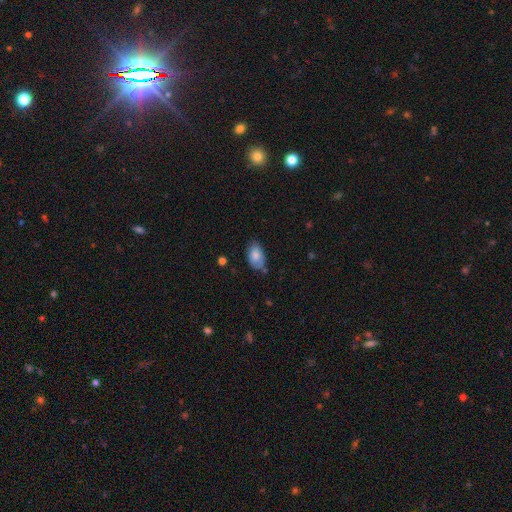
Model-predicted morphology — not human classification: The model was most divided on "merging": none: 64%, minor disturbance: 28%, major disturbance: 5%, merger: 3%. More confident: how rounded — in between (92%); smooth or featured — smooth (77%).